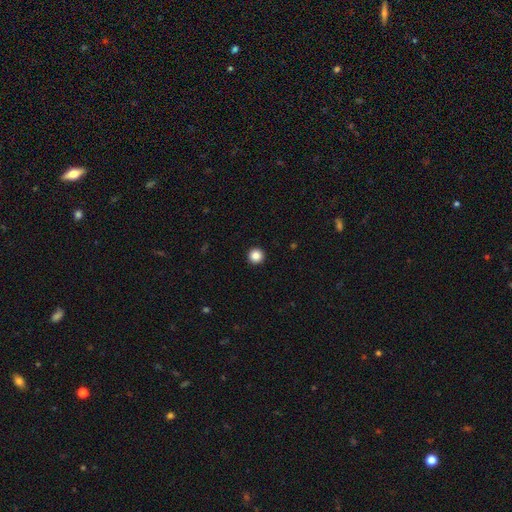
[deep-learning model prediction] The model was most divided on "smooth or featured": smooth: 87%, star or artifact: 10%, featured or disk: 3%. More confident: how rounded — round (97%); merging — none (94%).